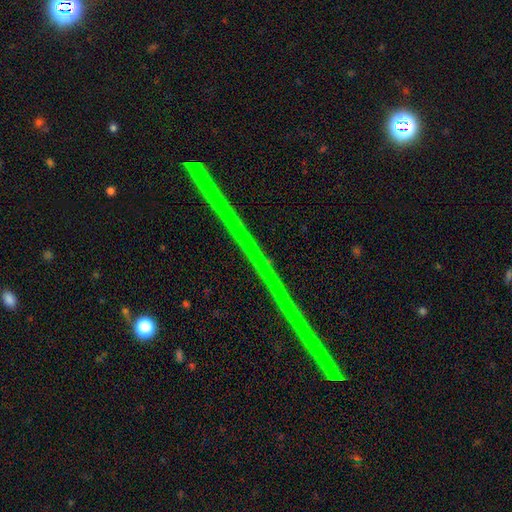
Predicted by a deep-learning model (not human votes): smooth-or-featured: star or artifact: 81% | featured or disk: 14% | smooth: 6%